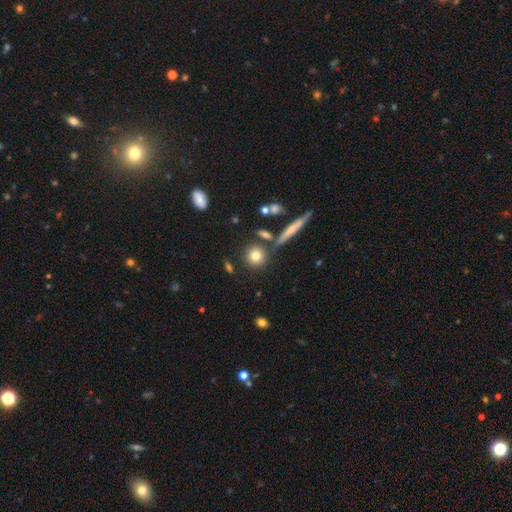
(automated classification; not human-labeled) A smooth galaxy with no disk features (77%) that is round (85%).

Vote fractions:
- Smooth or featured? smooth: 77% / featured or disk: 12% / star or artifact: 11%
- How rounded? round: 85% / in between: 11% / cigar-shaped: 4%
- Merging? none: 76% / merger: 12% / minor disturbance: 9% / major disturbance: 3%